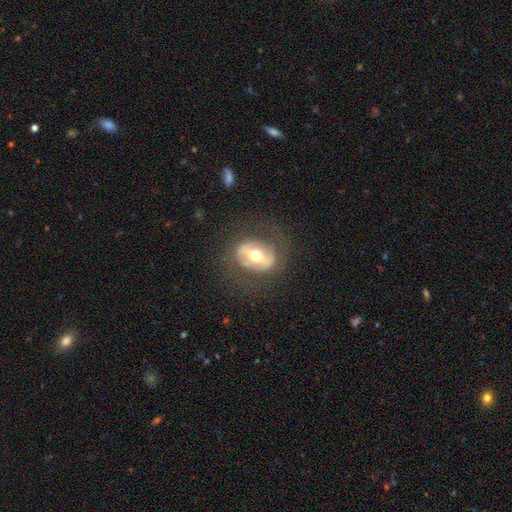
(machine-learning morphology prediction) type=featured or disk (67%); edge-on=no (91%); bar=strong (53%); spiral arms=no (63%); bulge=moderate (73%); merging=none (68%).